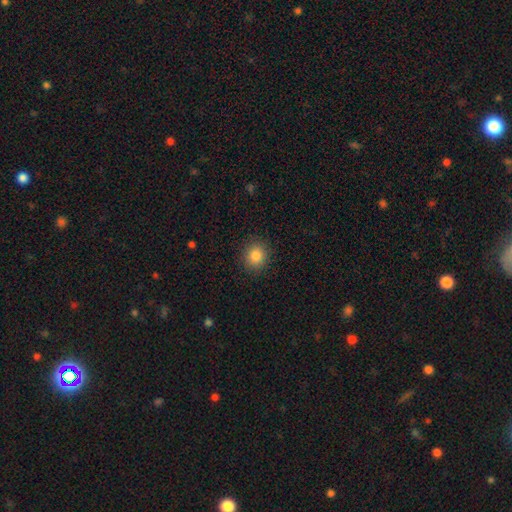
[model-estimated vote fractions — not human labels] Smooth or featured: smooth — 84% (star or artifact — 11%)
How rounded: round — 83% (in between — 16%)
Merging: none — 89% (minor disturbance — 7%)